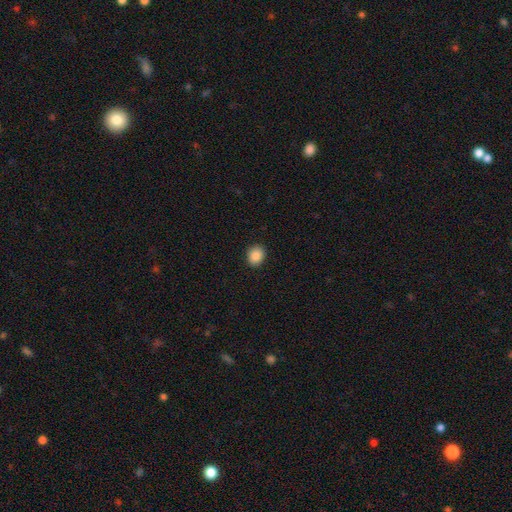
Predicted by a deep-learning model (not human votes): smooth_or_featured: smooth (p=0.88) [alt: star or artifact p=0.09]
how_rounded: round (p=0.61) [alt: in between p=0.38]
merging: none (p=0.91) [alt: minor disturbance p=0.07]